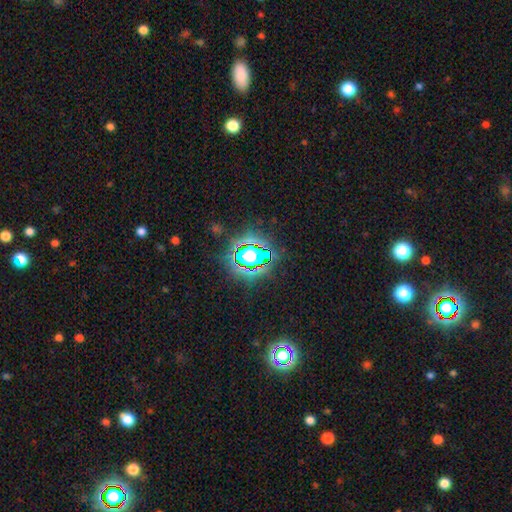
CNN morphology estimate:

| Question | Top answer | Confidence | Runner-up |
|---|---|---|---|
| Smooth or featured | star or artifact | 80% | smooth (12%) |